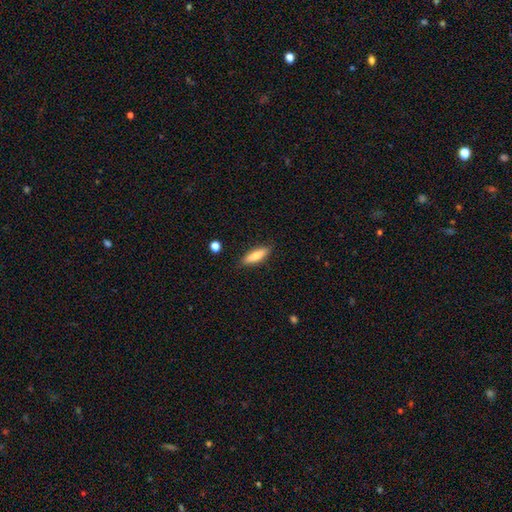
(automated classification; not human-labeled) The model was most divided on "how rounded": cigar-shaped: 53%, in between: 45%, round: 2%. More confident: merging — none (87%); smooth or featured — smooth (78%).